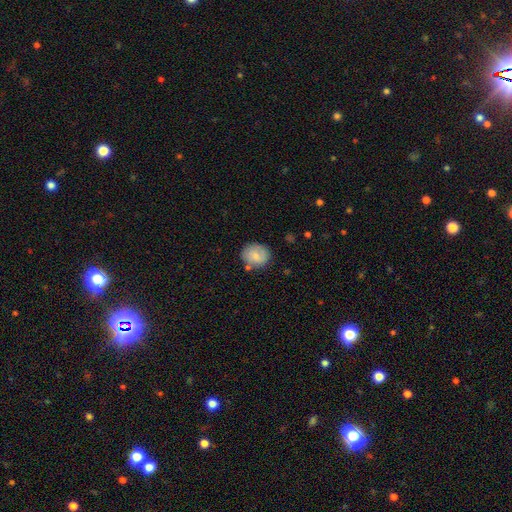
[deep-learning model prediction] This appears to be a smooth galaxy with no disk features (75%) that is round (72%). Merging: none (75%).